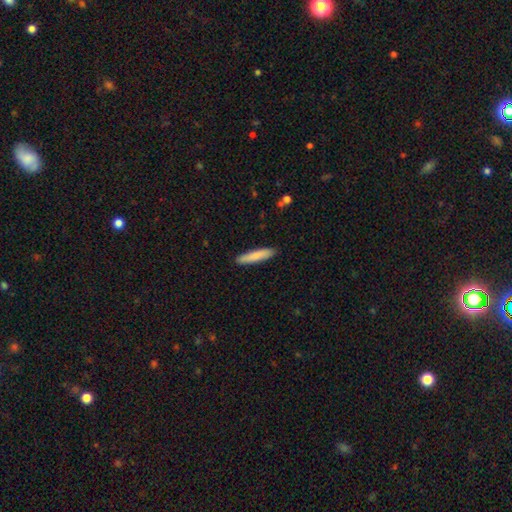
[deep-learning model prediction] This appears to be a smooth galaxy with no disk features (82%) that is cigar-shaped (88%). Merging: none (90%).